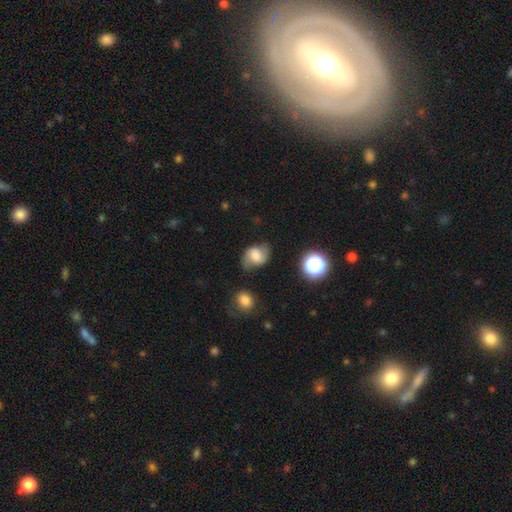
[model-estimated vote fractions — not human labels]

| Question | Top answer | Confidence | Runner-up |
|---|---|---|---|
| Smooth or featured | featured or disk | 47% | smooth (42%) |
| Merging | none | 61% | minor disturbance (25%) |